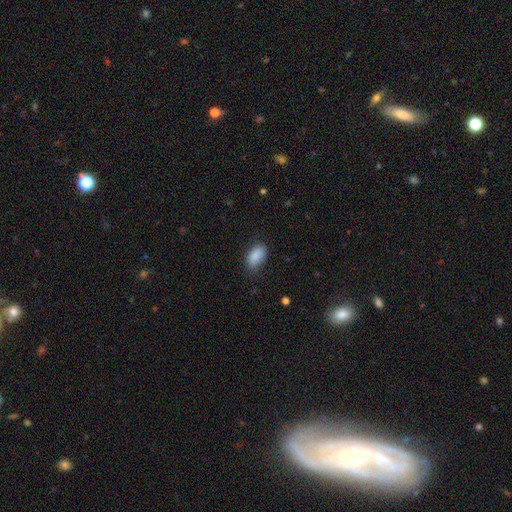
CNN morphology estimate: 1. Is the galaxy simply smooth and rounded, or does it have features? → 88% smooth, 7% star or artifact, 5% featured or disk.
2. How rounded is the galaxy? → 91% in between, 5% round, 4% cigar-shaped.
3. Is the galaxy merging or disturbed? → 72% none, 22% minor disturbance, 5% major disturbance, 1% merger.